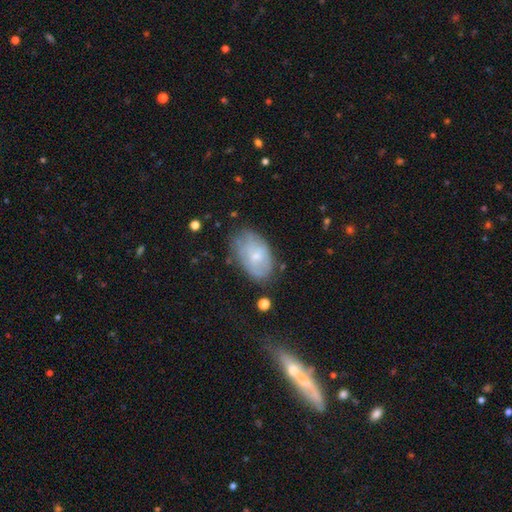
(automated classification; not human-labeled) Overall: smooth (51%; featured or disk 41%). How rounded: in between (91%). Merging: none (62%; minor disturbance 26%).